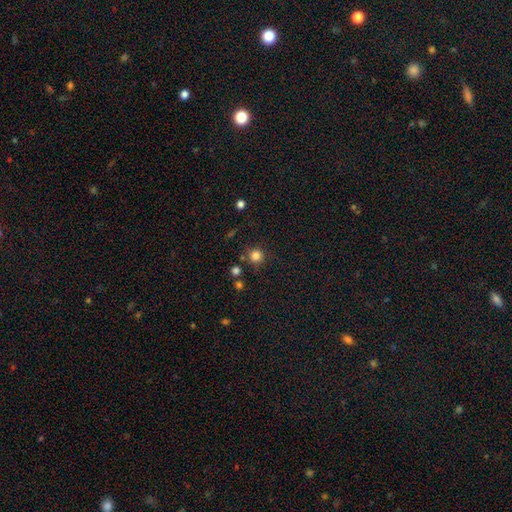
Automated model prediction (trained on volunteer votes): A smooth galaxy with no disk features (82%) that is round (93%). Merging: none (79%).